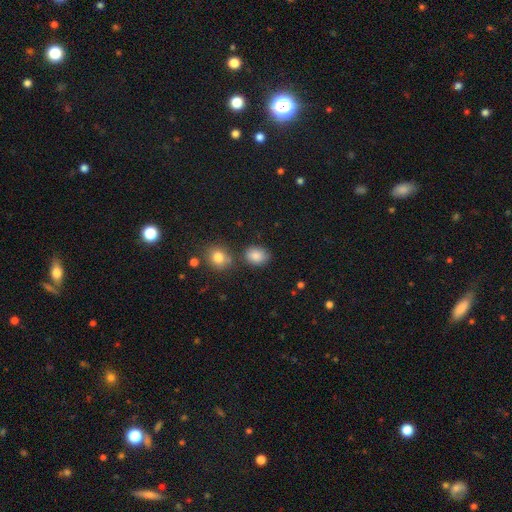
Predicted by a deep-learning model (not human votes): smooth_or_featured: smooth (p=0.85) [alt: star or artifact p=0.09]
how_rounded: in between (p=0.62) [alt: round p=0.37]
merging: none (p=0.72) [alt: minor disturbance p=0.15]